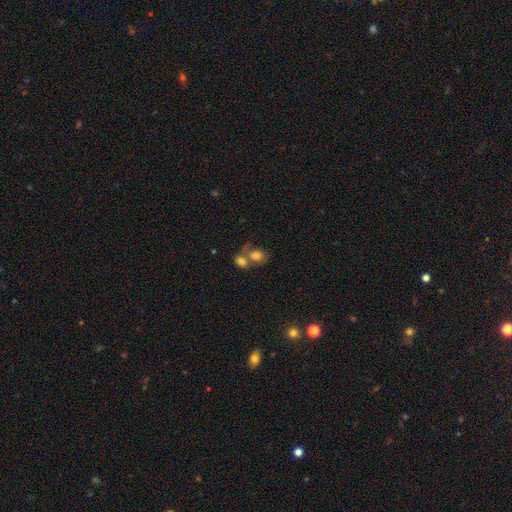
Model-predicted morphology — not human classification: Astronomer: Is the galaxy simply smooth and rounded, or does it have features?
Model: smooth — 72%.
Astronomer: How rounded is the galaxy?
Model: round — 51% (runner-up: in between, 48%).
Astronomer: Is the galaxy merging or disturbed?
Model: merger — 58%.